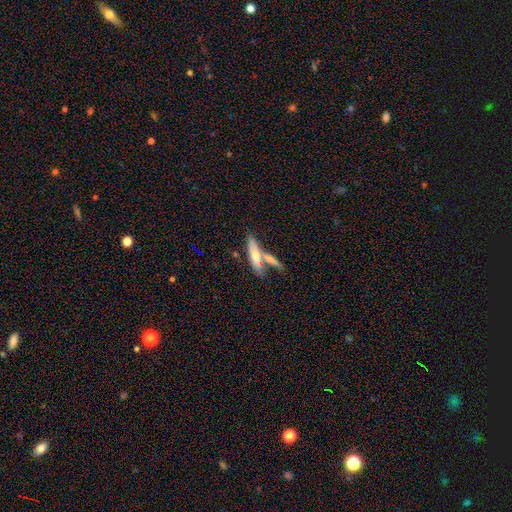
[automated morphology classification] smooth 58%, featured or disk 36%, star or artifact 6%. Down the decision tree: how rounded — cigar-shaped (66%); merging — none (45%).